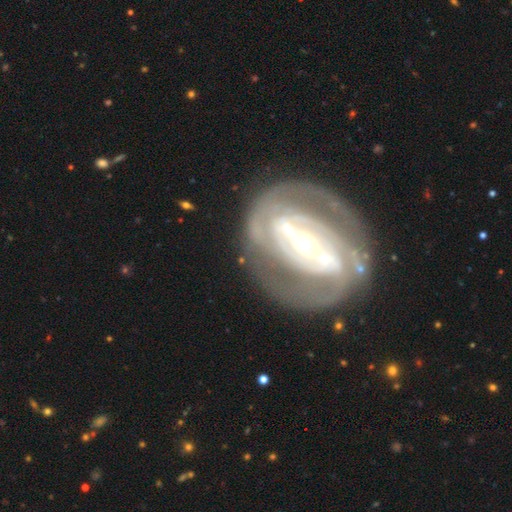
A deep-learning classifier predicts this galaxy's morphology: Q: Smooth or featured?
A: featured or disk (87%); runner-up: smooth (7%)
Q: Edge-on disk?
A: no (94%); runner-up: yes (6%)
Q: Bar?
A: strong (71%); runner-up: weak (20%)
Q: Spiral arms?
A: yes (89%); runner-up: no (11%)
Q: Spiral winding?
A: tight (69%); runner-up: medium (25%)
Q: Spiral arm count?
A: 2 (53%); runner-up: can't tell (22%)
Q: Bulge size?
A: moderate (44%); tied with: small (44%)
Q: Merging?
A: none (78%); runner-up: minor disturbance (13%)